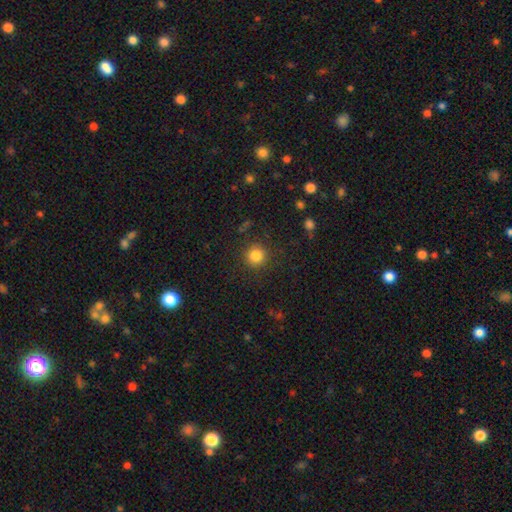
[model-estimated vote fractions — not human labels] Smooth or featured? smooth (83%)
How rounded? round (93%)
Merging? none (88%)